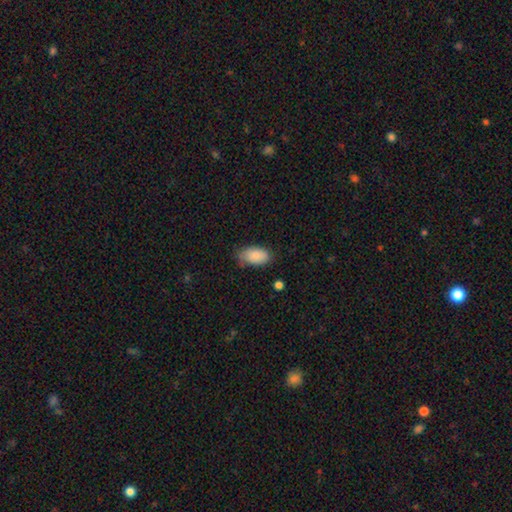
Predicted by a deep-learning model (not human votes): The model was most divided on "merging": none: 67%, minor disturbance: 26%, major disturbance: 5%, merger: 2%. More confident: how rounded — in between (94%); smooth or featured — smooth (85%).